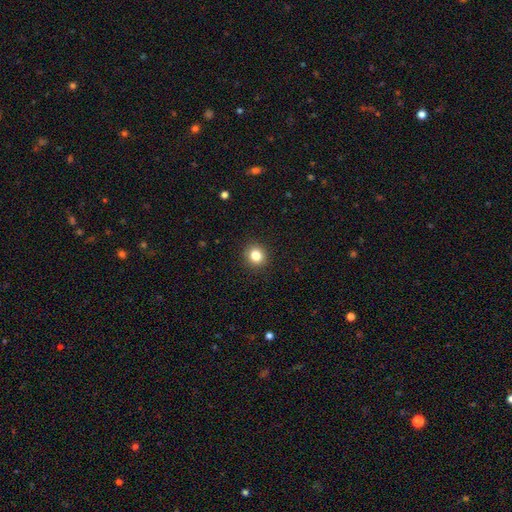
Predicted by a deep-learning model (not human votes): Overall: smooth (82%). How rounded: round (89%). Merging: none (92%).